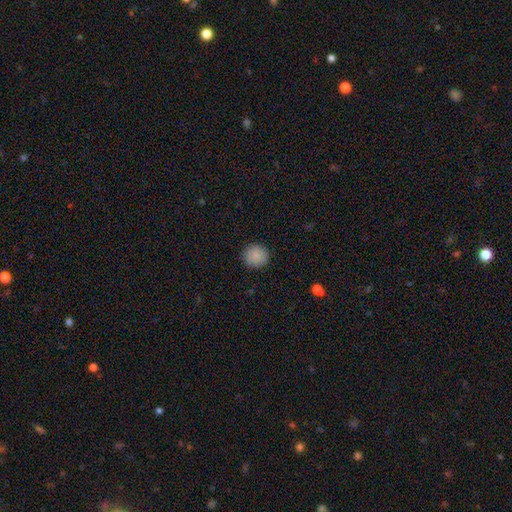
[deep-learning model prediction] A smooth galaxy with no disk features (88%) that is round (90%).

Vote fractions:
- Smooth or featured? smooth: 88% / star or artifact: 8% / featured or disk: 4%
- How rounded? round: 90% / in between: 9% / cigar-shaped: 1%
- Merging? none: 90% / minor disturbance: 7% / major disturbance: 2% / merger: 1%